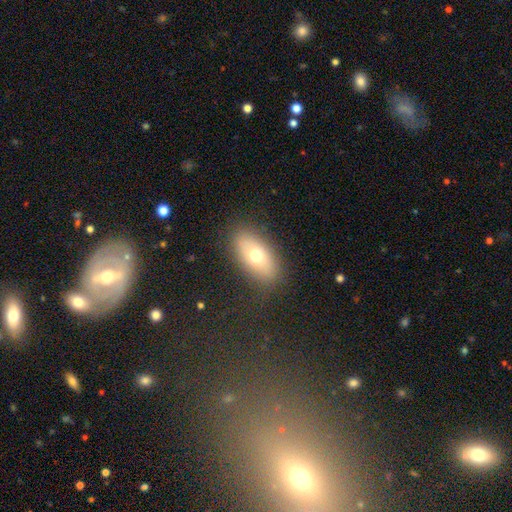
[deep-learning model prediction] A smooth galaxy with no disk features (67%) that is in between round and cigar-shaped (88%). Merging: none (84%).